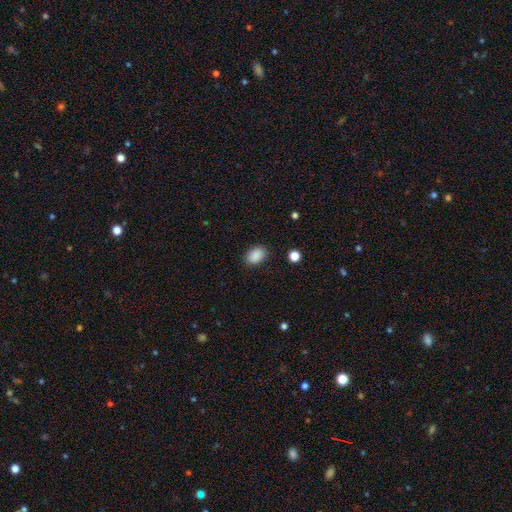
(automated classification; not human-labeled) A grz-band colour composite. It shows a smooth galaxy with no disk features (89%) that is in between round and cigar-shaped (84%). Merging: none (87%).